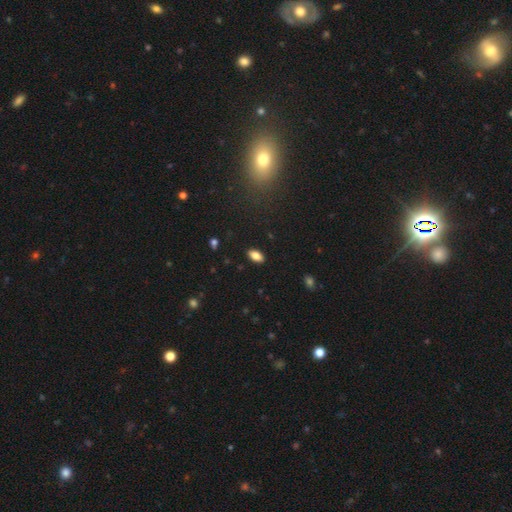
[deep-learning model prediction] A smooth galaxy with no disk features (83%) that is in between round and cigar-shaped (92%).

Vote fractions:
- Smooth or featured? smooth: 83% / star or artifact: 9% / featured or disk: 8%
- How rounded? in between: 92% / cigar-shaped: 4% / round: 4%
- Merging? none: 88% / minor disturbance: 8% / major disturbance: 2% / merger: 1%